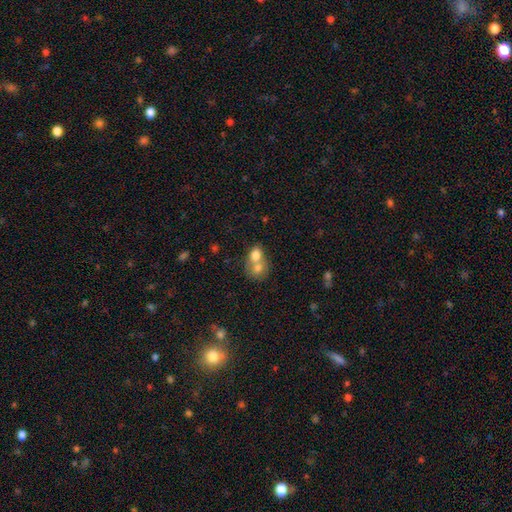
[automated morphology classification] Smooth or featured? smooth (73%)
How rounded? in between (54%)
Merging? merger (72%)